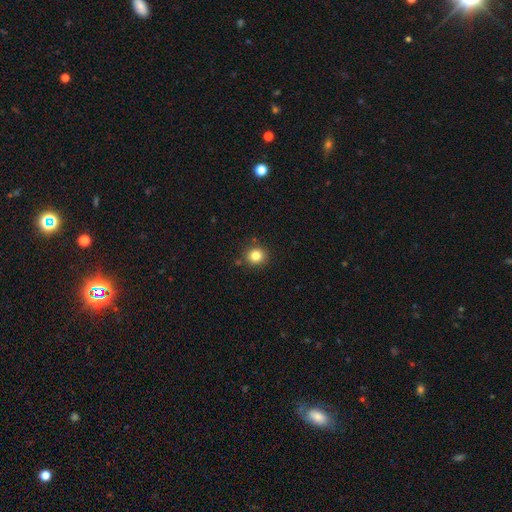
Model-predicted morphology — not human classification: Smooth or featured? Predicted: smooth (p=0.82). How rounded? Predicted: round (p=0.91). Merging? Predicted: none (p=0.87).